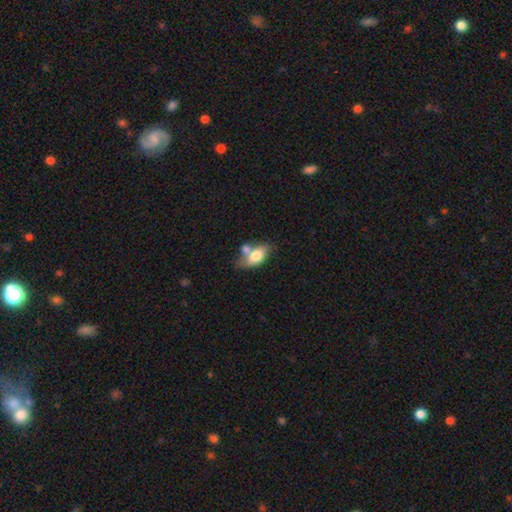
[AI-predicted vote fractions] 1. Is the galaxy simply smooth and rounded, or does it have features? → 72% smooth, 21% featured or disk, 7% star or artifact.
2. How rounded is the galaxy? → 87% in between, 7% round, 6% cigar-shaped.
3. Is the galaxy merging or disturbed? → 38% merger (tied), 38% none (tied), 17% minor disturbance, 7% major disturbance.